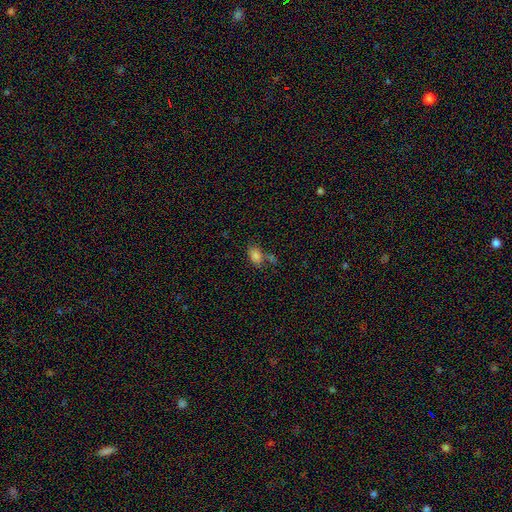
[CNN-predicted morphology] This appears to be a smooth galaxy with no disk features (81%) that is in between round and cigar-shaped (86%). Merging: none (53%).